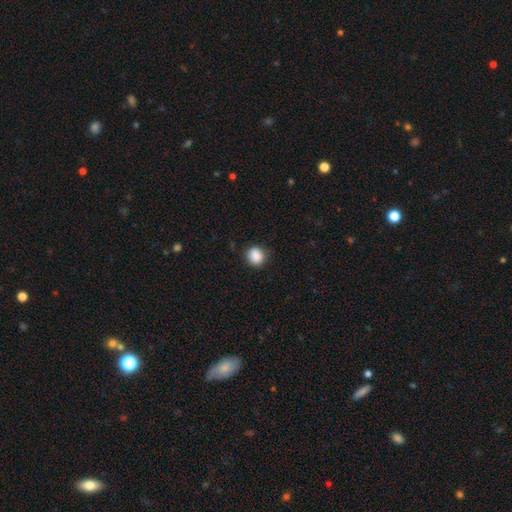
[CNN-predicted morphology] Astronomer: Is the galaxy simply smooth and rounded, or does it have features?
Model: smooth — 88%.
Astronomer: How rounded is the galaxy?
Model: round — 76%.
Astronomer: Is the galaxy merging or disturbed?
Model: none — 85%.